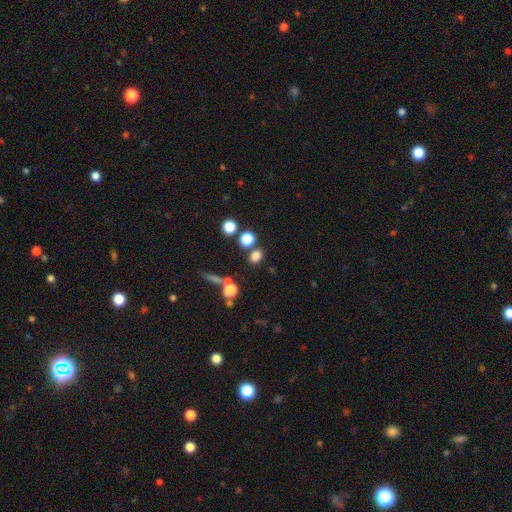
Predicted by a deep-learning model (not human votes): The model was most divided on "how rounded": round: 69%, in between: 29%, cigar-shaped: 2%. More confident: smooth or featured — smooth (77%); merging — none (71%).